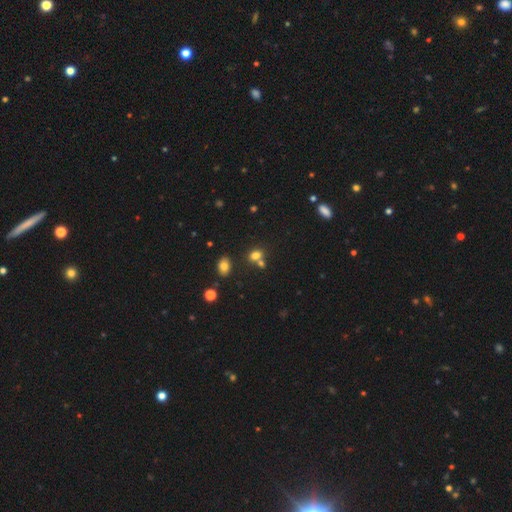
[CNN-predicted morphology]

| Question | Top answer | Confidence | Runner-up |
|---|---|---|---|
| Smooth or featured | smooth | 75% | star or artifact (16%) |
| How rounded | in between | 58% | round (40%) |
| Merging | none | 53% | merger (33%) |